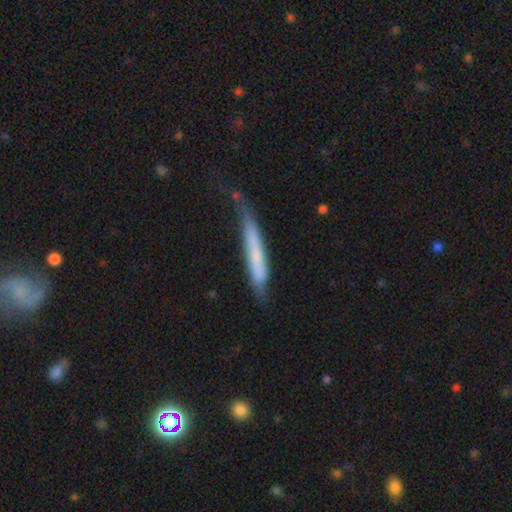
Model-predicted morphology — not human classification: smooth_or_featured: smooth (p=0.59) [alt: featured or disk p=0.35]
how_rounded: cigar-shaped (p=0.94) [alt: in between p=0.05]
merging: none (p=0.48) [alt: minor disturbance p=0.33]